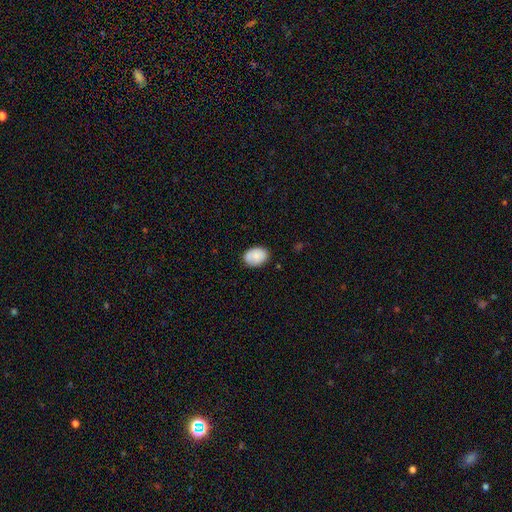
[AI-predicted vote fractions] Smooth or featured?
  - smooth: 82% *
  - featured or disk: 11%
  - star or artifact: 7%
How rounded?
  - in between: 76% *
  - round: 23%
  - cigar-shaped: 1%
Merging?
  - none: 81% *
  - minor disturbance: 15%
  - major disturbance: 3%
  - merger: 1%